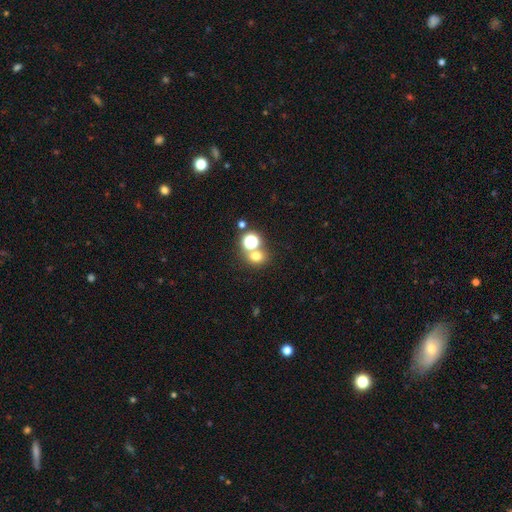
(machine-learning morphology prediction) The model was most divided on "merging": none: 62%, merger: 27%, minor disturbance: 7%, major disturbance: 4%. More confident: how rounded — round (75%); smooth or featured — smooth (66%).